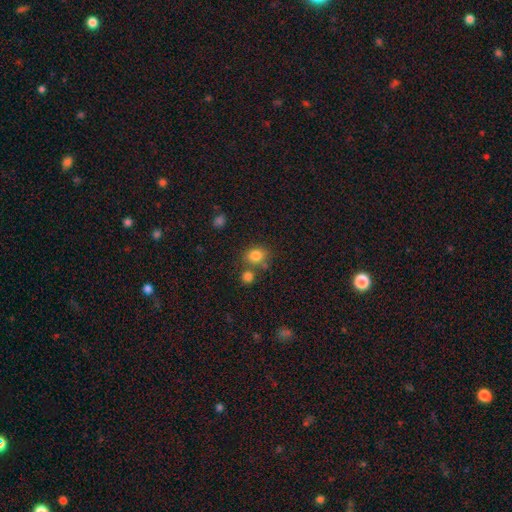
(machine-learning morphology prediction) smooth-or-featured: smooth: 82% | star or artifact: 12% | featured or disk: 6%
  how-rounded: round: 63% | in between: 36% | cigar-shaped: 1%
  merging: none: 65% | merger: 19% | minor disturbance: 12% | major disturbance: 4%